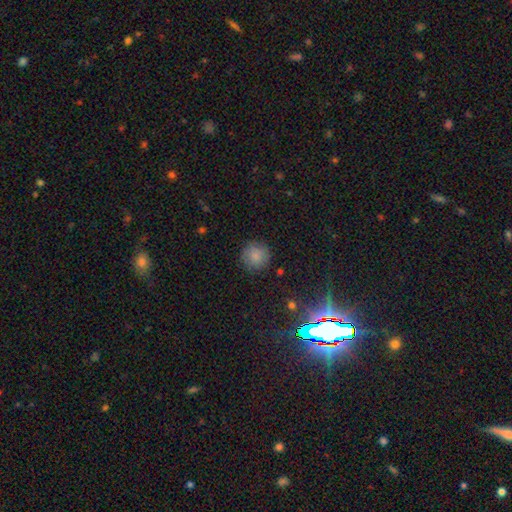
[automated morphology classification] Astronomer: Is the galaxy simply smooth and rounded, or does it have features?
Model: smooth — 82%.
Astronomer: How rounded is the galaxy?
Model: round — 93%.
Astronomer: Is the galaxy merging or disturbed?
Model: none — 85%.